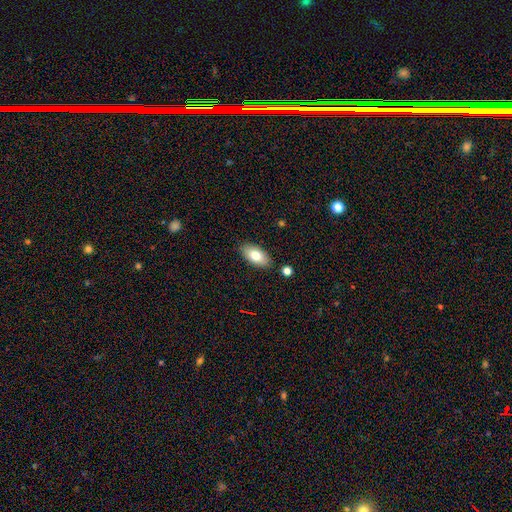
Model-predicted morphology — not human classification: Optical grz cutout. It shows a smooth galaxy with no disk features (76%) that is in between round and cigar-shaped (93%). Merging: none (86%).